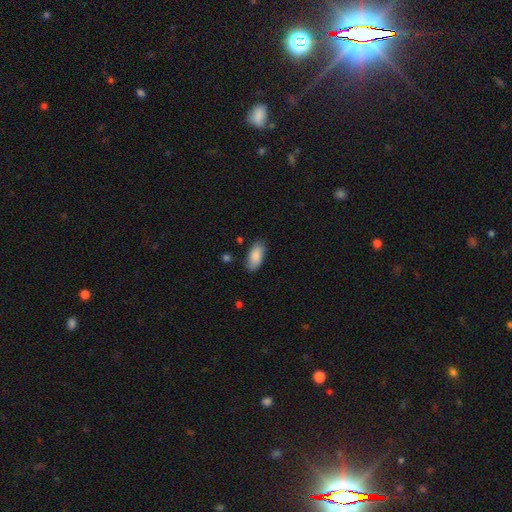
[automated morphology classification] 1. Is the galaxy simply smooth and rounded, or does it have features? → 86% smooth, 8% featured or disk, 6% star or artifact.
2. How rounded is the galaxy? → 91% in between, 7% cigar-shaped, 2% round.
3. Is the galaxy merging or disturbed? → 81% none, 15% minor disturbance, 3% major disturbance, 2% merger.